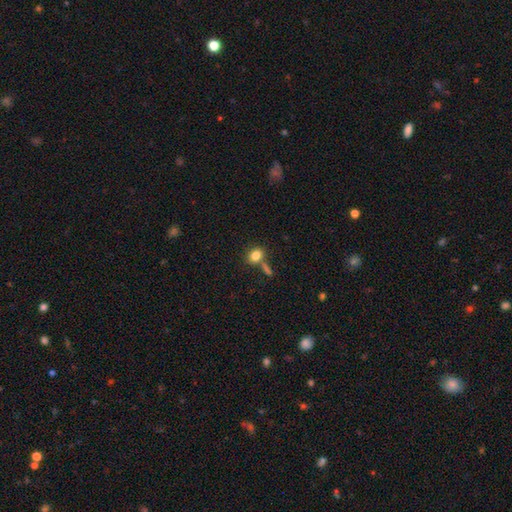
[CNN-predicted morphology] Smooth or featured?
  - smooth: 82% *
  - star or artifact: 11%
  - featured or disk: 8%
How rounded?
  - in between: 50% *
  - round: 48%
  - cigar-shaped: 2%
Merging?
  - none: 62% *
  - merger: 21%
  - minor disturbance: 13%
  - major disturbance: 5%